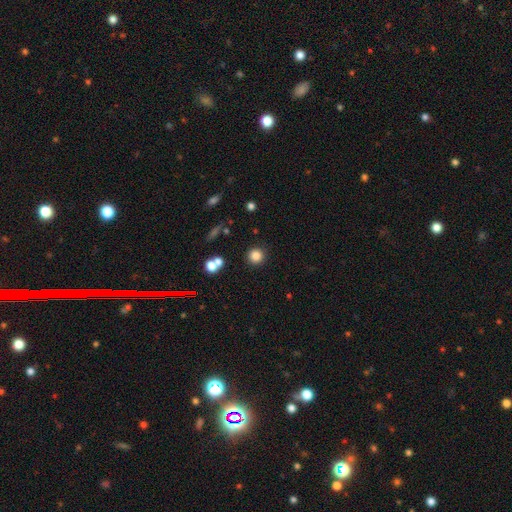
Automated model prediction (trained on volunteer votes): A smooth galaxy with no disk features (82%) that is round (94%). Merging: none (88%).